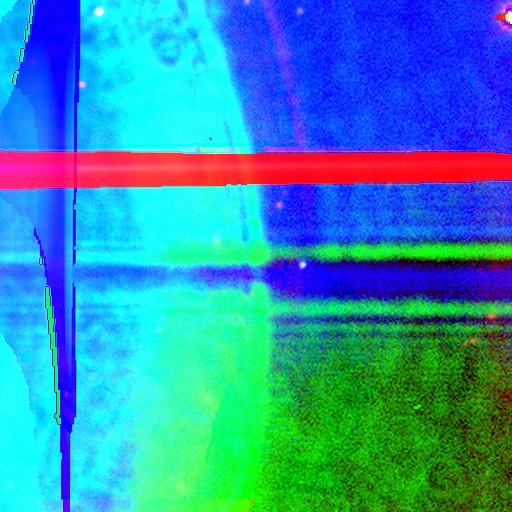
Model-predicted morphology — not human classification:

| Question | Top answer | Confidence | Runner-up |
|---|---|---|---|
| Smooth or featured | star or artifact | 84% | featured or disk (8%) |